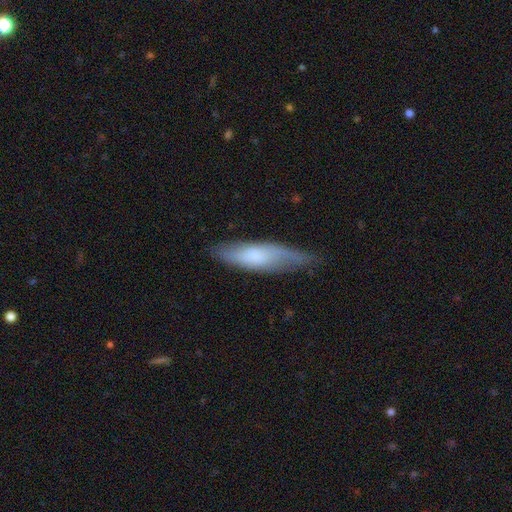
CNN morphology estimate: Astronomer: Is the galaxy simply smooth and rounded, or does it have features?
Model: smooth — 65%.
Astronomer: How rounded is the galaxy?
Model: cigar-shaped — 63%.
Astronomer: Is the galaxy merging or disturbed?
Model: none — 65%.